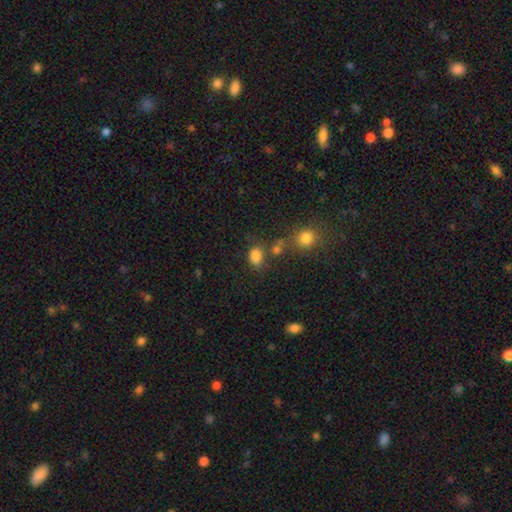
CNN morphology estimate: smooth_or_featured: smooth (p=0.82) [alt: star or artifact p=0.13]
how_rounded: in between (p=0.70) [alt: round p=0.28]
merging: none (p=0.63) [alt: minor disturbance p=0.16]